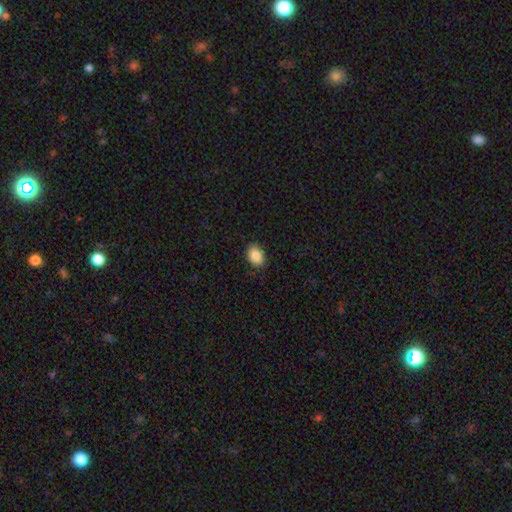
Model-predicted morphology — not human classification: smooth_or_featured: smooth (p=0.87) [alt: star or artifact p=0.08]
how_rounded: in between (p=0.80) [alt: round p=0.19]
merging: none (p=0.87) [alt: minor disturbance p=0.10]